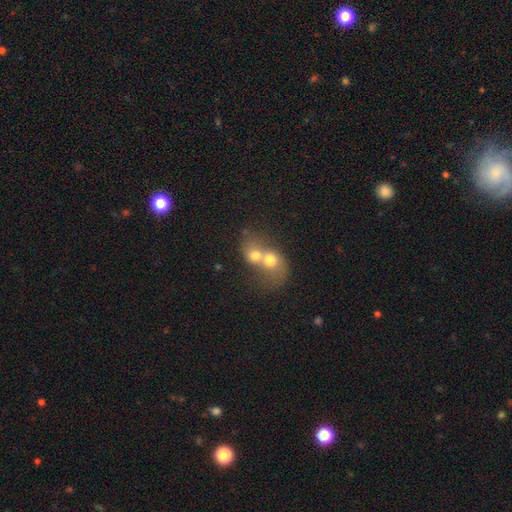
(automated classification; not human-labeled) Q: Smooth or featured?
A: smooth (61%); runner-up: featured or disk (29%)
Q: How rounded?
A: round (56%); runner-up: in between (42%)
Q: Merging?
A: merger (82%); runner-up: none (9%)